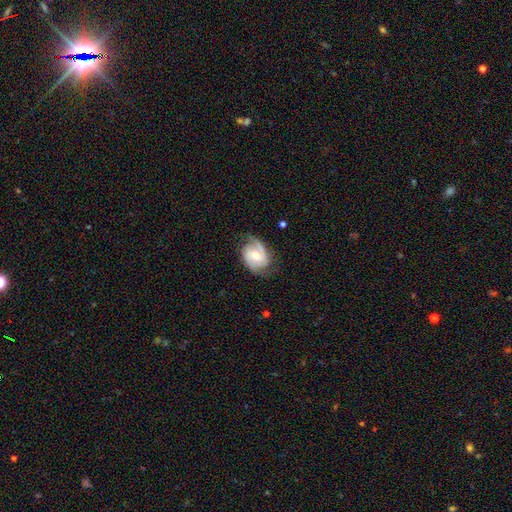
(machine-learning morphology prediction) A featured or disk galaxy (81%) with no bar (44%), 2 (80%) medium (46%) spiral arms (96%) and a moderate central bulge (64%). Merging: none (71%).